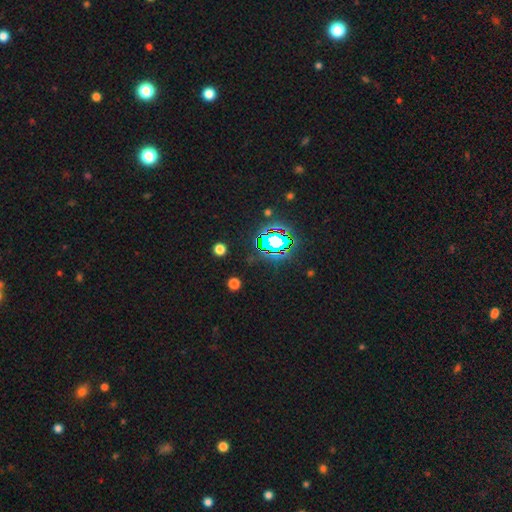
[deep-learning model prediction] smooth_or_featured: star or artifact (p=0.77) [alt: smooth p=0.15]